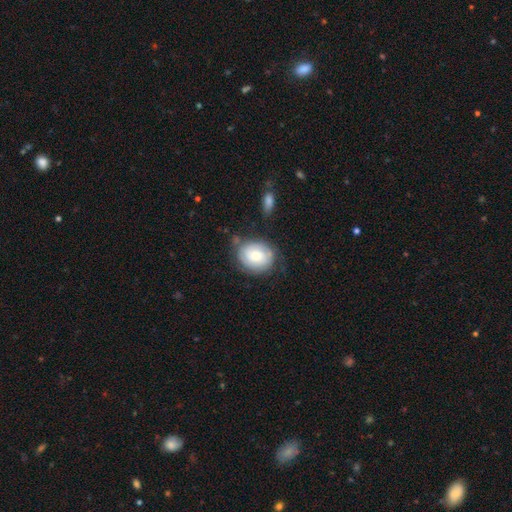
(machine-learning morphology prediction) This is possibly a smooth galaxy (56%). How rounded: likely round (60%). Merging: likely none (65%).